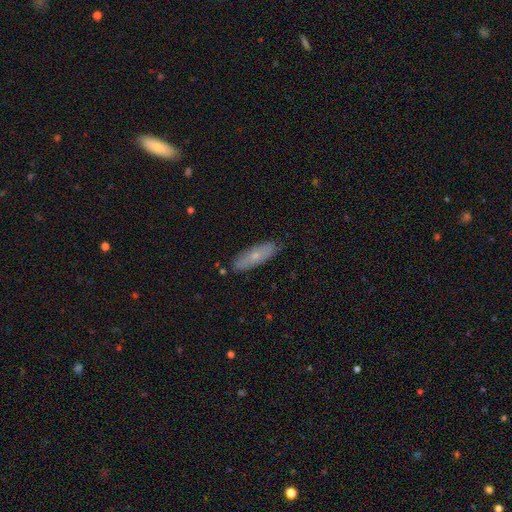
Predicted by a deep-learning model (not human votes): Q: Smooth or featured?
A: smooth (56%); runner-up: featured or disk (37%)
Q: How rounded?
A: cigar-shaped (55%); runner-up: in between (43%)
Q: Merging?
A: none (83%); runner-up: minor disturbance (13%)